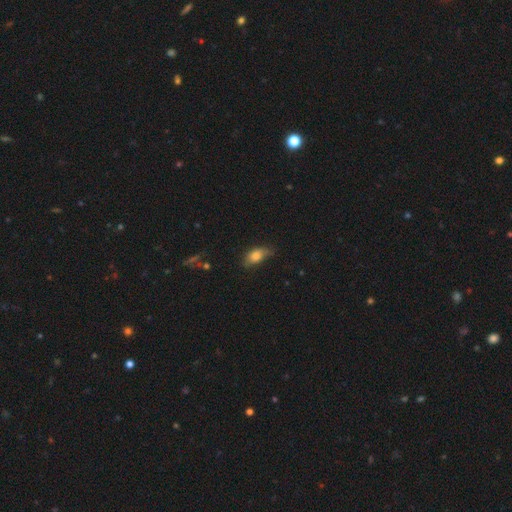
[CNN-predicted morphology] Smooth or featured? smooth (78%)
How rounded? in between (84%)
Merging? none (51%)